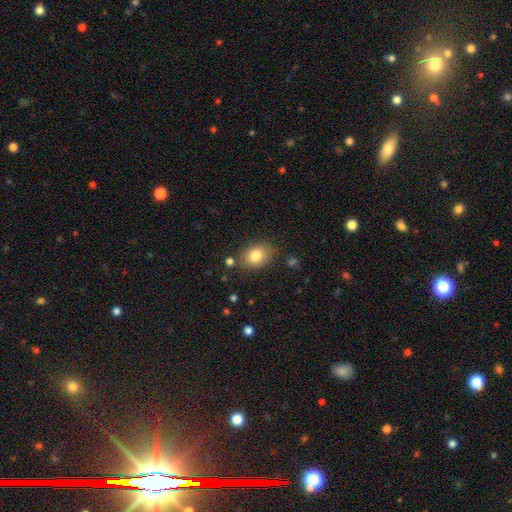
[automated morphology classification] type=smooth (82%); roundness=in between (65%); merging=none (78%).